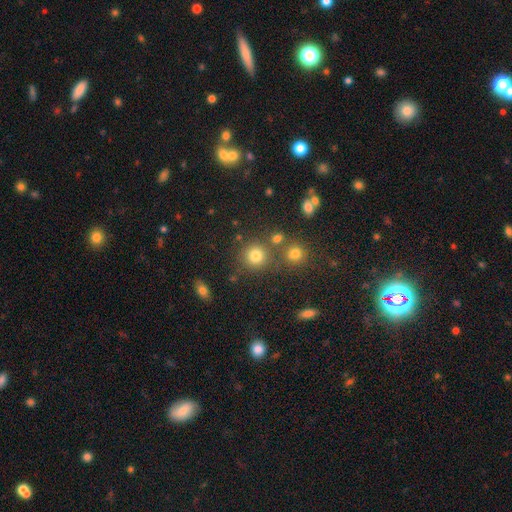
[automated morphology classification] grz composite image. It shows a smooth galaxy with no disk features (77%) that is round (91%). Merging: none (76%).